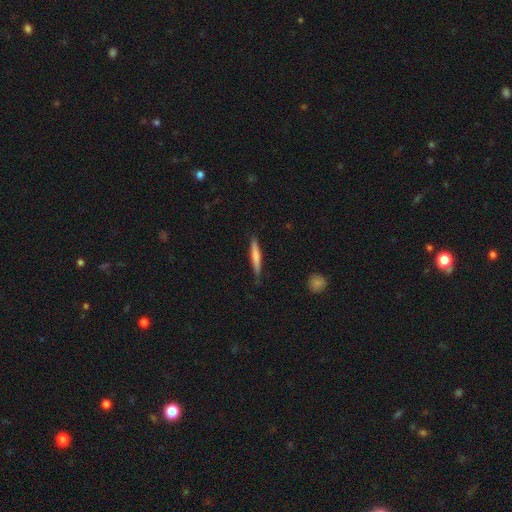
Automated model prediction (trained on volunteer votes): Smooth or featured?
  - smooth: 64% *
  - featured or disk: 31%
  - star or artifact: 5%
How rounded?
  - cigar-shaped: 94% *
  - in between: 5%
  - round: 1%
Merging?
  - none: 84% *
  - minor disturbance: 13%
  - major disturbance: 2%
  - merger: 1%